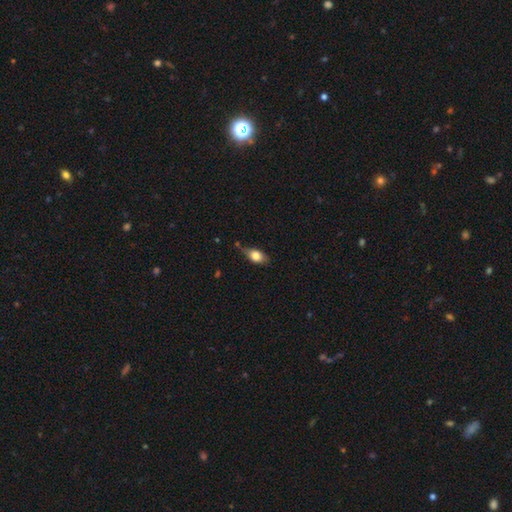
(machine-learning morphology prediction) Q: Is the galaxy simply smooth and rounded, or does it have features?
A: smooth — 74%.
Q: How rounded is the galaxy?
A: in between — 80%.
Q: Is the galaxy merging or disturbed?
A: none — 53%.